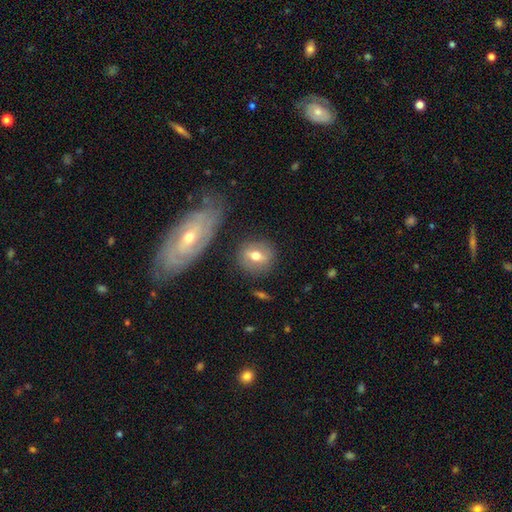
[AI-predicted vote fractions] Smooth or featured? Predicted: smooth (p=0.55). How rounded? Predicted: round (p=0.62). Merging? Predicted: none (p=0.79).